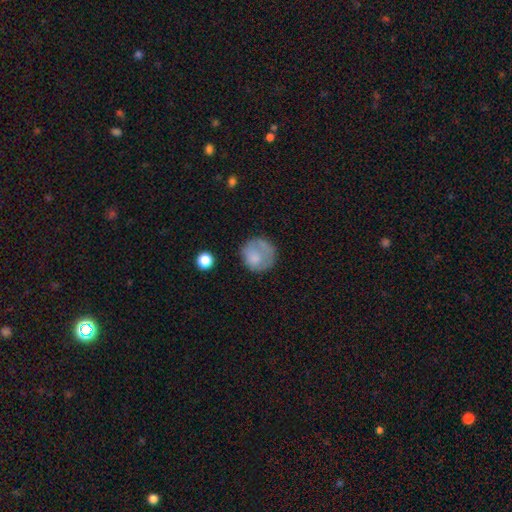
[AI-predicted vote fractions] Overall: smooth (73%). How rounded: round (85%). Merging: none (57%; minor disturbance 24%).